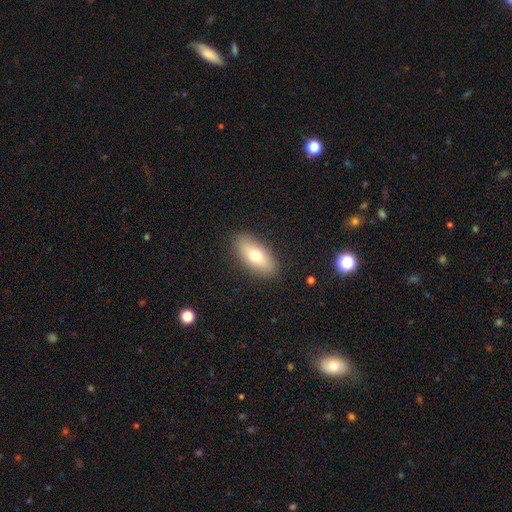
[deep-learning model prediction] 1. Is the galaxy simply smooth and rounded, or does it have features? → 70% smooth, 22% featured or disk, 8% star or artifact.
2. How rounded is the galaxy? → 86% in between, 9% cigar-shaped, 5% round.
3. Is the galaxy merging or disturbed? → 87% none, 9% minor disturbance, 3% major disturbance, 1% merger.